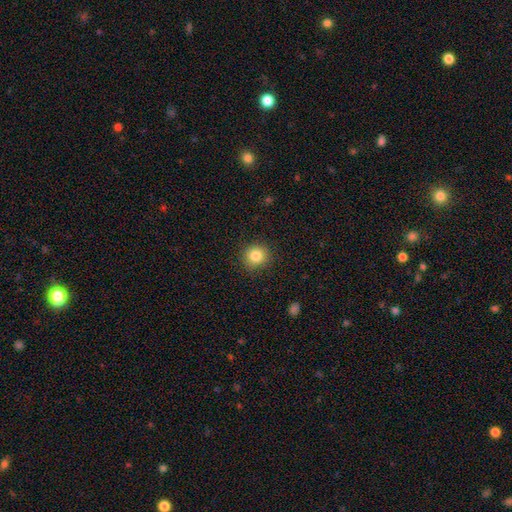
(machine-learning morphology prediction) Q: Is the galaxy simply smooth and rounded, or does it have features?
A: smooth — 84%.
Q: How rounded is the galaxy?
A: round — 90%.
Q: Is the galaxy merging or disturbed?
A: none — 90%.